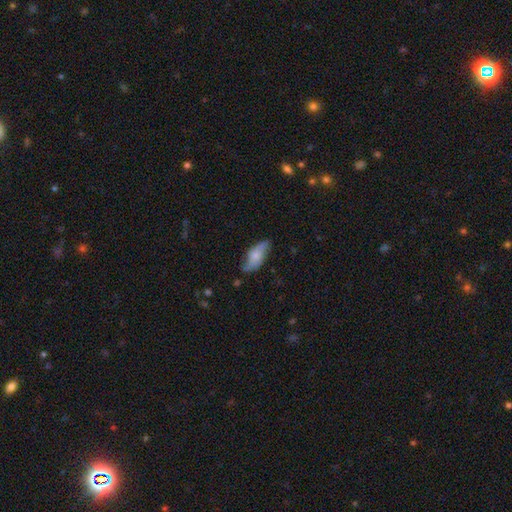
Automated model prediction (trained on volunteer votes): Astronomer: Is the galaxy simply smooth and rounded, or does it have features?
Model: smooth — 56% (runner-up: featured or disk, 38%).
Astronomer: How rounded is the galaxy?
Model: in between — 81%.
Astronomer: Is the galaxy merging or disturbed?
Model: none — 68%.